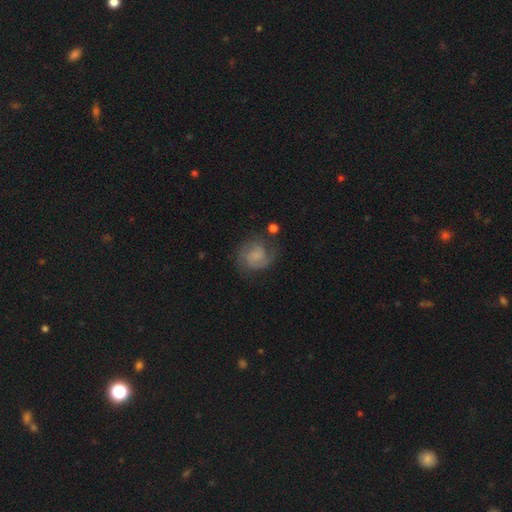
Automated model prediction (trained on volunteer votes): Smooth or featured?
  - featured or disk: 70% *
  - smooth: 22%
  - star or artifact: 8%
Edge-on disk?
  - no: 98% *
  - yes: 2%
Bar?
  - no: 55% *
  - weak: 39%
  - strong: 6%
Spiral arms?
  - yes: 94% *
  - no: 6%
Spiral winding?
  - medium: 46% *
  - tight: 39%
  - loose: 15%
Spiral arm count?
  - 2: 71% *
  - can't tell: 12%
  - 3: 8%
  - 1: 5%
  - 4: 2%
  - more than 4: 2%
Bulge size?
  - small: 42% *
  - none: 35%
  - moderate: 19%
  - large: 4%
  - dominant: 1%
Merging?
  - none: 69% *
  - minor disturbance: 18%
  - major disturbance: 10%
  - merger: 3%